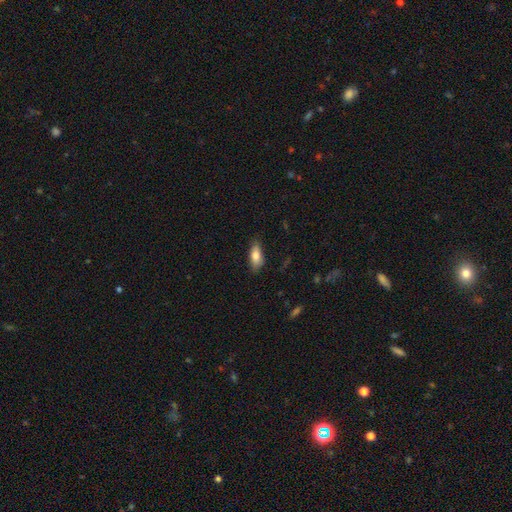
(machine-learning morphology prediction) Smooth or featured: smooth — 79% (featured or disk — 14%)
How rounded: in between — 77% (cigar-shaped — 20%)
Merging: none — 80% (minor disturbance — 16%)